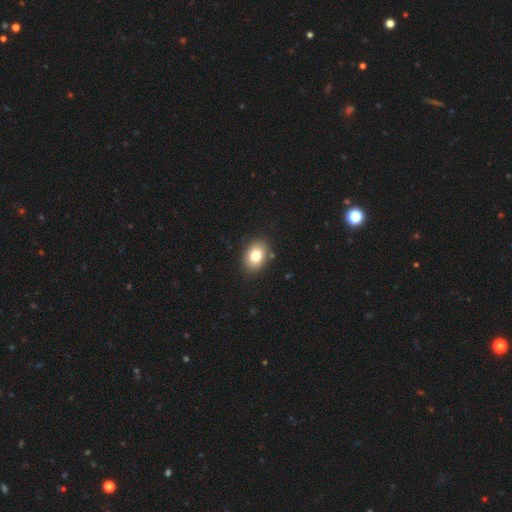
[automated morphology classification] smooth 80%, featured or disk 11%, star or artifact 9%. Down the decision tree: how rounded — in between (76%); merging — none (87%).